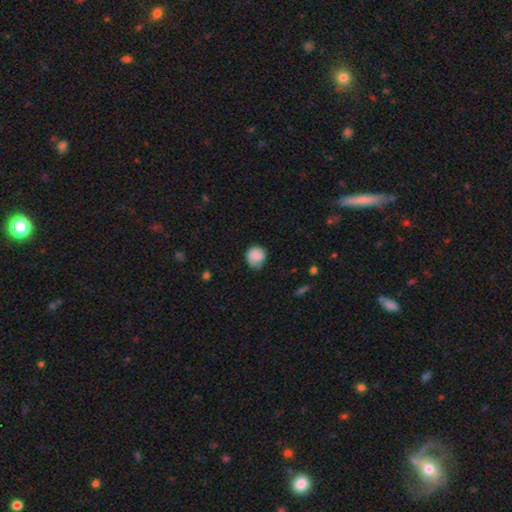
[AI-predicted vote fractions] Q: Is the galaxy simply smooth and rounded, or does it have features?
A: smooth — 78%.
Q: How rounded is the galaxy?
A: round — 82%.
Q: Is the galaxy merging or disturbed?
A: none — 60%.